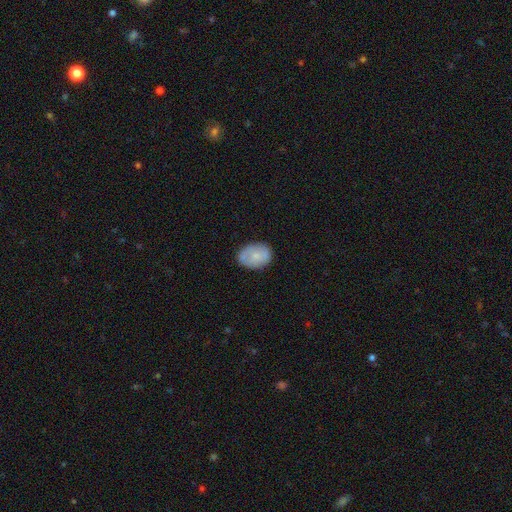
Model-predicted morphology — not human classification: This is likely a smooth galaxy (73%). How rounded: likely in between (73%). Merging: likely none (79%).